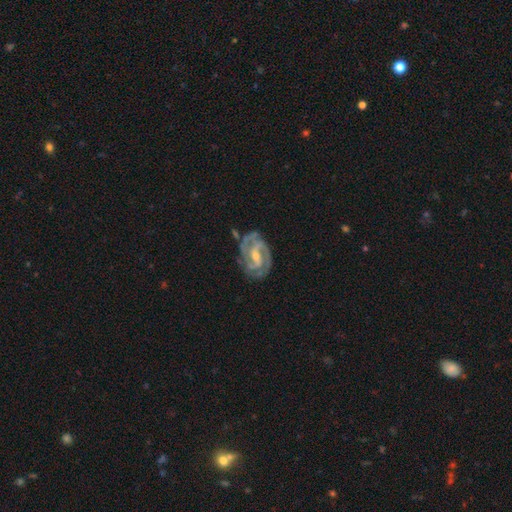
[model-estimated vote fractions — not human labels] Morphology: type=featured or disk (90%); edge-on=no (97%); bar=weak (48%); spiral arms=yes (98%); winding=tight (54%); arm count=2 (54%); bulge=small (52%); merging=none (73%).